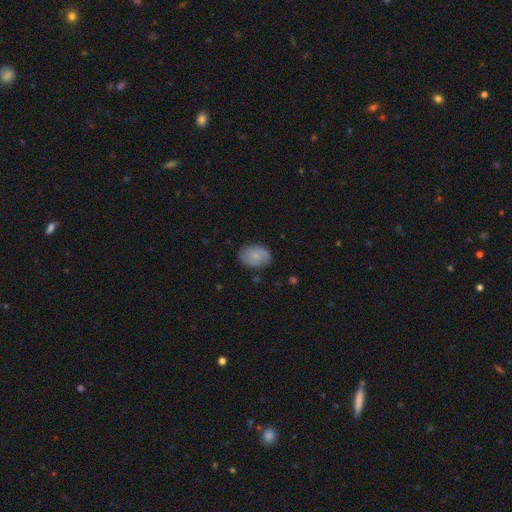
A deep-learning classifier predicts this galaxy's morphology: Smooth or featured? Predicted: smooth (p=0.50). Merging? Predicted: none (p=0.77).